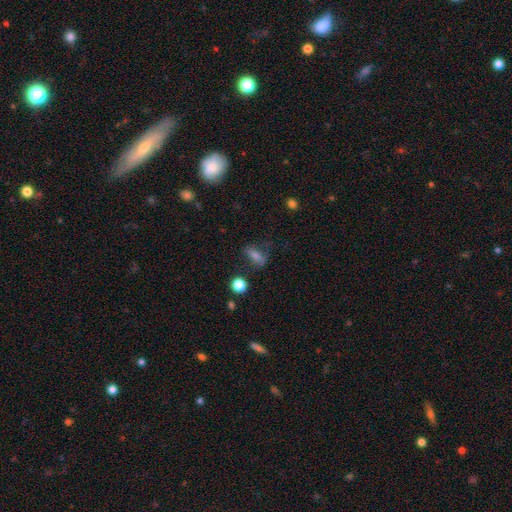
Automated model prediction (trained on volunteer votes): The model was most divided on "how rounded": in between: 63%, cigar-shaped: 24%, round: 13%. More confident: smooth or featured — smooth (64%); merging — none (64%).